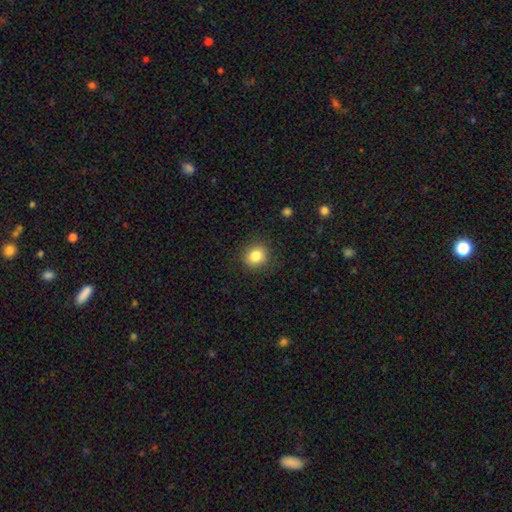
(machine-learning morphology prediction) Q: Smooth or featured?
A: smooth (83%); runner-up: star or artifact (10%)
Q: How rounded?
A: round (79%); runner-up: in between (20%)
Q: Merging?
A: none (89%); runner-up: minor disturbance (8%)